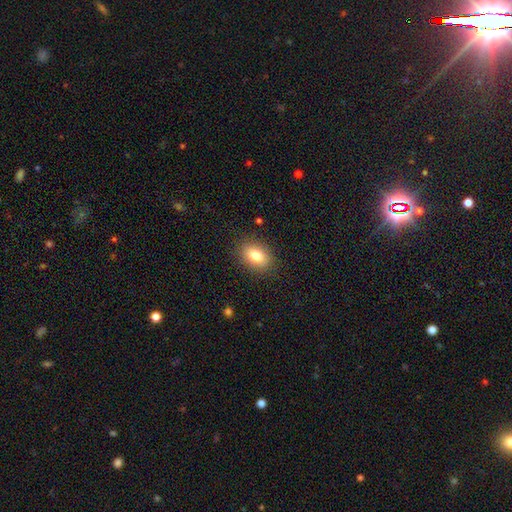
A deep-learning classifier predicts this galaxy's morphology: Smooth or featured? Predicted: smooth (p=0.81). How rounded? Predicted: in between (p=0.80). Merging? Predicted: none (p=0.86).